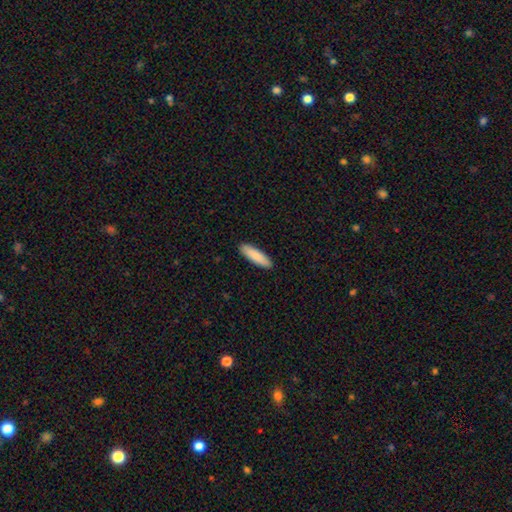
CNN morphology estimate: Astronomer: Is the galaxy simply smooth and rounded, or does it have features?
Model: smooth — 88%.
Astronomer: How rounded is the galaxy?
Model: cigar-shaped — 65%.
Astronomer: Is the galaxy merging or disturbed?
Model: none — 91%.